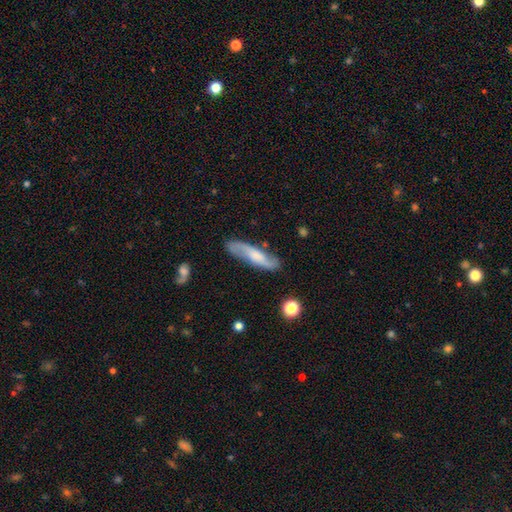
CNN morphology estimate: type=featured or disk (59%); edge-on=no (71%); merging=none (78%).